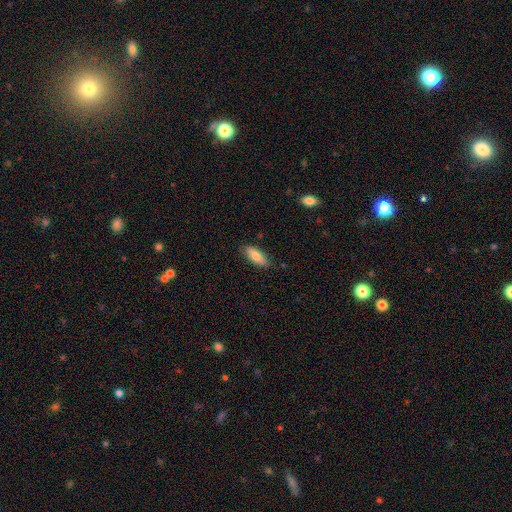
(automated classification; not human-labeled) Q: Smooth or featured?
A: smooth (77%); runner-up: featured or disk (17%)
Q: How rounded?
A: in between (74%); runner-up: cigar-shaped (24%)
Q: Merging?
A: none (82%); runner-up: minor disturbance (15%)